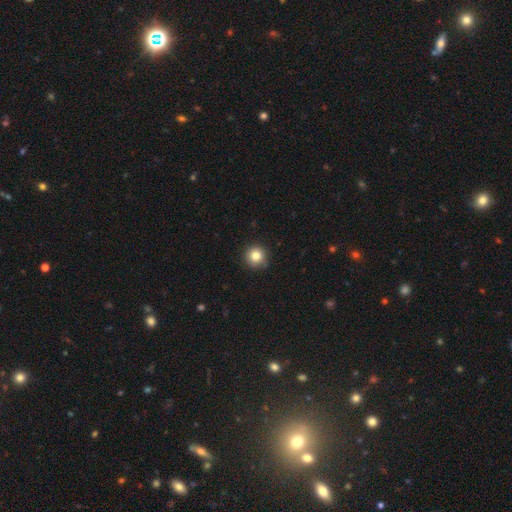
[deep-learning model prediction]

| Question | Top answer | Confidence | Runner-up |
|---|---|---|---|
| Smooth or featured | smooth | 83% | star or artifact (11%) |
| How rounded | round | 95% | in between (4%) |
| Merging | none | 89% | minor disturbance (8%) |